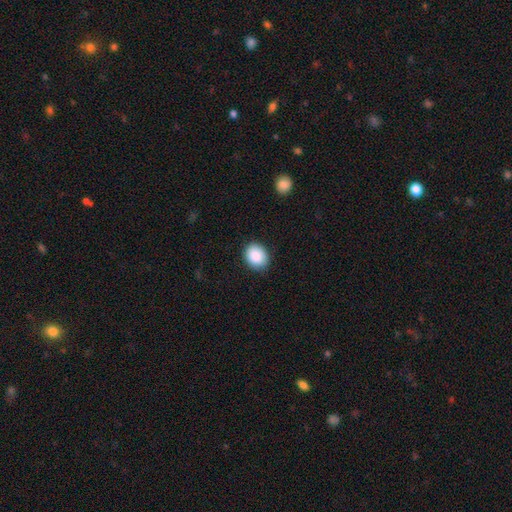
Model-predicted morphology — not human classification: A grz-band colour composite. It shows a smooth galaxy with no disk features (89%) that is in between round and cigar-shaped (51%). Merging: none (87%).